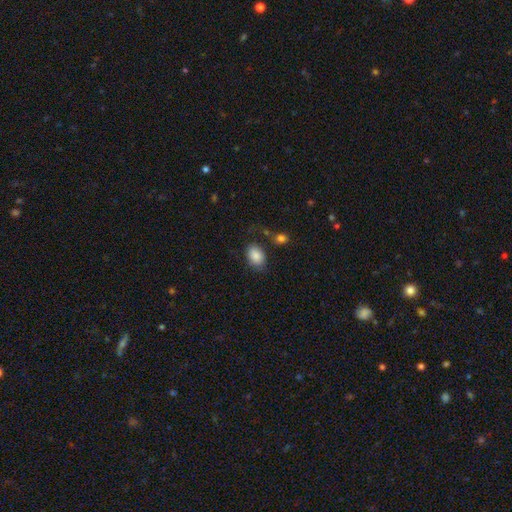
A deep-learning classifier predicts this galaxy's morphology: A smooth galaxy with no disk features (87%) that is in between round and cigar-shaped (80%). Merging: none (72%).